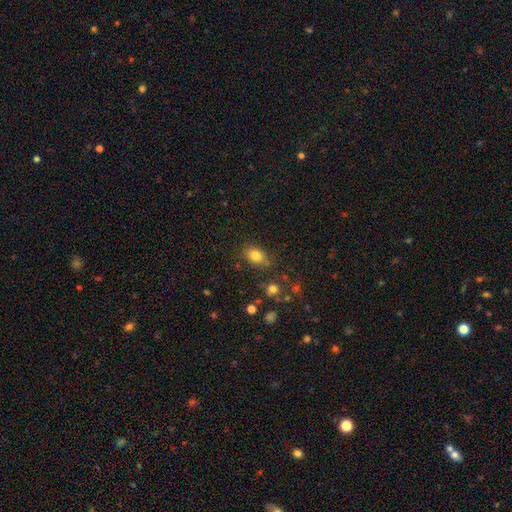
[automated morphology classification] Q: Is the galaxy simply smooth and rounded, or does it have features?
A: smooth — 81%.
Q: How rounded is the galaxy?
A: in between — 70%.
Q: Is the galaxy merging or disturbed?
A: none — 74%.